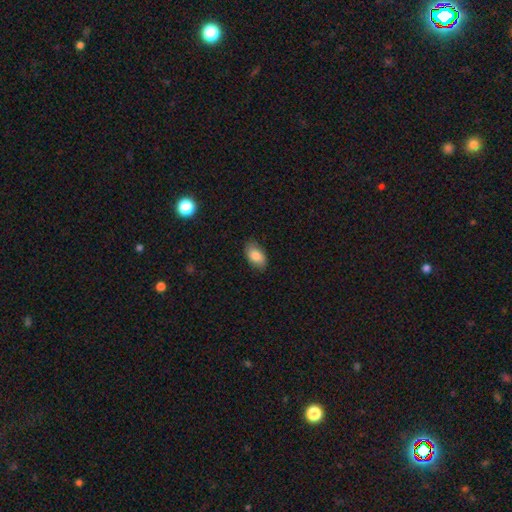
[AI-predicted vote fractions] smooth_or_featured: smooth (p=0.84) [alt: featured or disk p=0.09]
how_rounded: in between (p=0.92) [alt: round p=0.06]
merging: none (p=0.83) [alt: minor disturbance p=0.13]